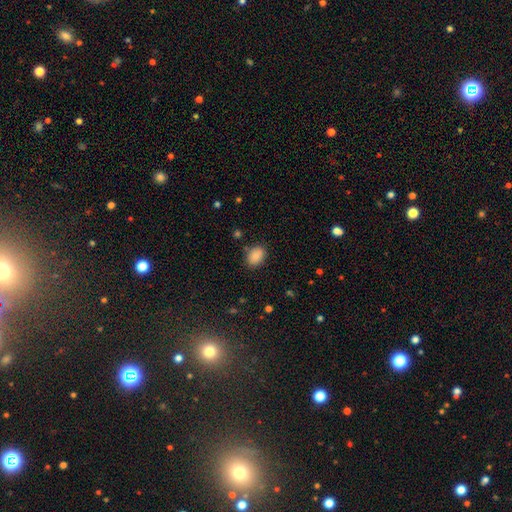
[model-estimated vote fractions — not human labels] This is clearly a smooth galaxy (88%). How rounded: likely in between (77%). Merging: clearly none (83%).